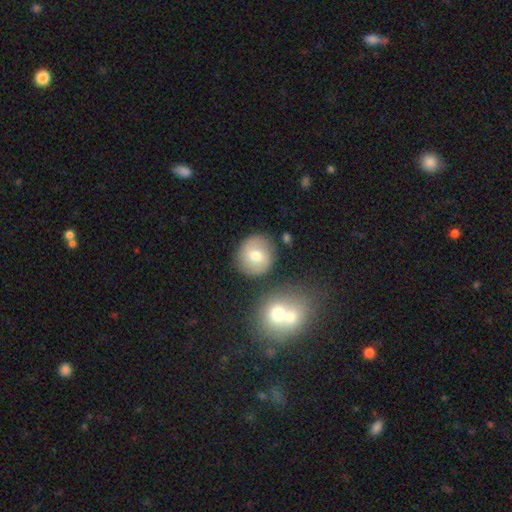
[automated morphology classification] smooth 66%, featured or disk 25%, star or artifact 9%. Down the decision tree: how rounded — round (88%); merging — none (78%).